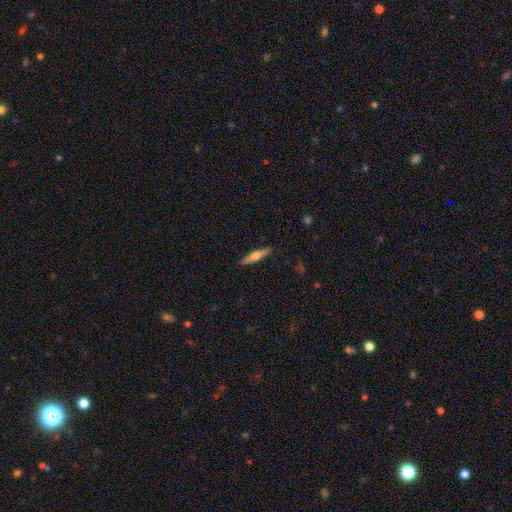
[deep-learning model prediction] smooth_or_featured: smooth (p=0.47) [tied with: featured or disk p=0.47]
merging: none (p=0.90) [alt: minor disturbance p=0.07]